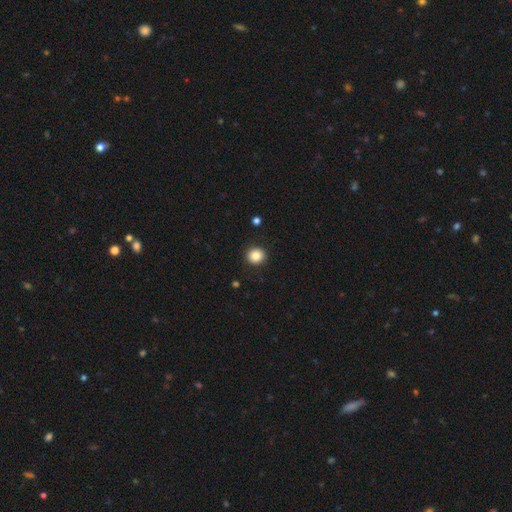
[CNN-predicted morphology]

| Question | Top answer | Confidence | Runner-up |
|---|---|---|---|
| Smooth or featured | smooth | 84% | star or artifact (10%) |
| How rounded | round | 88% | in between (11%) |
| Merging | none | 91% | minor disturbance (6%) |